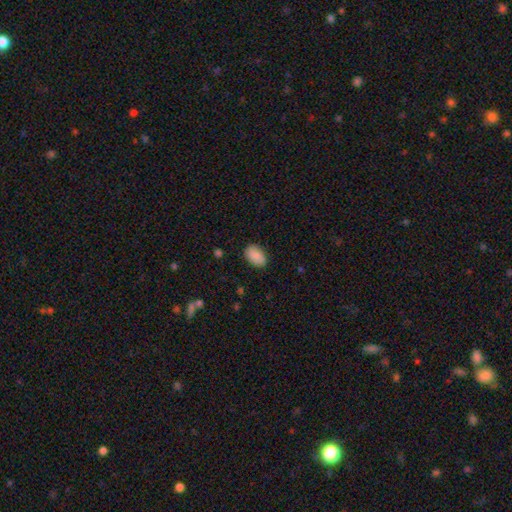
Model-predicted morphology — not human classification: smooth 87%, star or artifact 7%, featured or disk 6%. Down the decision tree: how rounded — in between (90%); merging — none (85%).